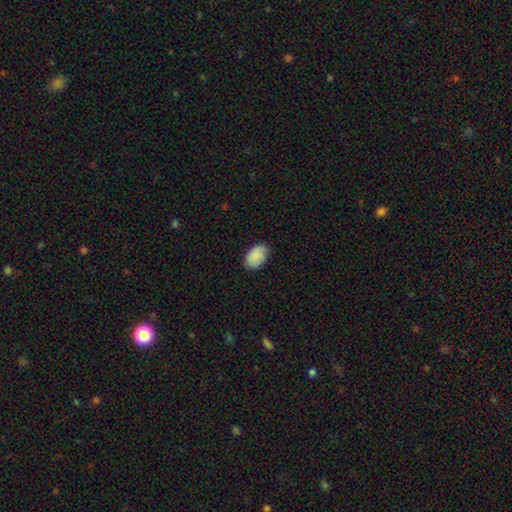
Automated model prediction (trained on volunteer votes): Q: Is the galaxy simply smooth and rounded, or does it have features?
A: smooth — 89%.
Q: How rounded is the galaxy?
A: in between — 90%.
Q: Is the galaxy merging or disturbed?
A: none — 79%.